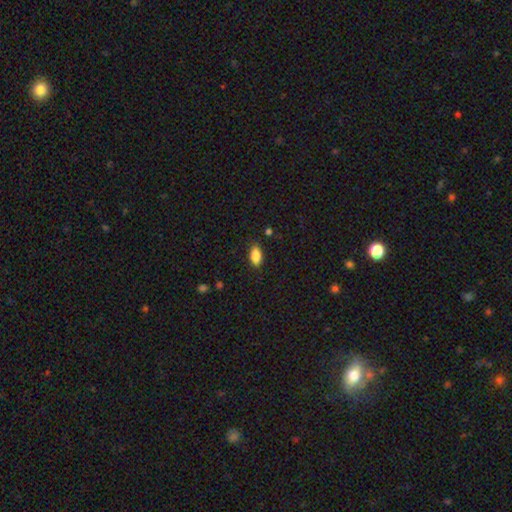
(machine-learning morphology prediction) Smooth or featured?
  - smooth: 85% *
  - star or artifact: 8%
  - featured or disk: 7%
How rounded?
  - in between: 90% *
  - cigar-shaped: 6%
  - round: 4%
Merging?
  - none: 84% *
  - minor disturbance: 12%
  - major disturbance: 3%
  - merger: 1%